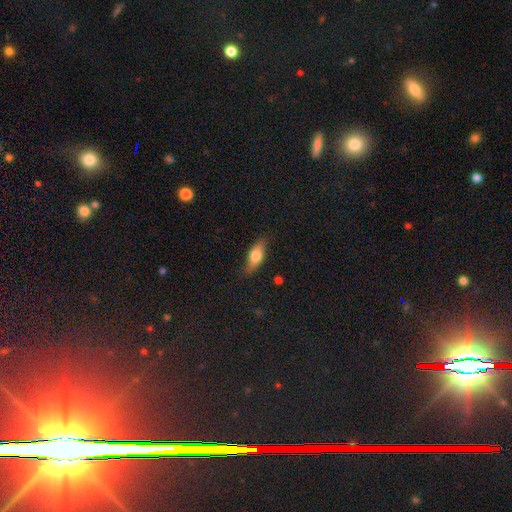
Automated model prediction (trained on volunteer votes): Morphology: type=smooth (65%); roundness=in between (72%); merging=none (79%).